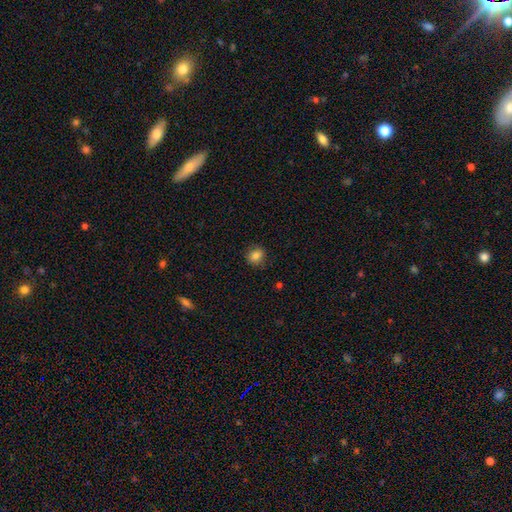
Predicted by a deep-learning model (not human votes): smooth-or-featured: smooth: 83% | star or artifact: 10% | featured or disk: 6%
  how-rounded: round: 78% | in between: 21% | cigar-shaped: 1%
  merging: none: 85% | minor disturbance: 11% | major disturbance: 3% | merger: 1%